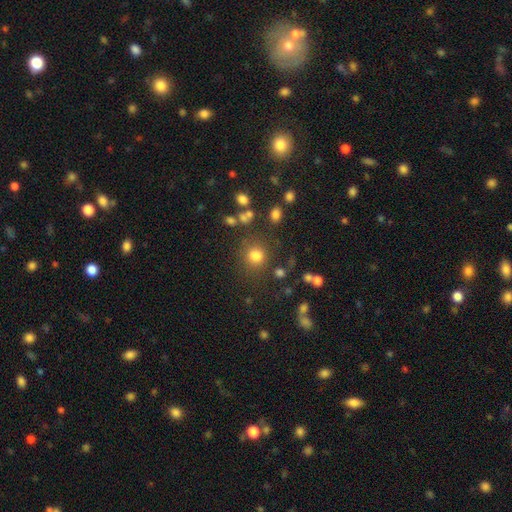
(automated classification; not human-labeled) Smooth or featured? Predicted: smooth (p=0.78). How rounded? Predicted: round (p=0.85). Merging? Predicted: none (p=0.75).